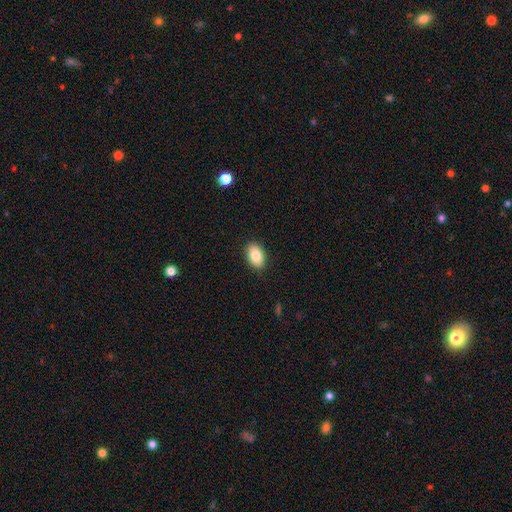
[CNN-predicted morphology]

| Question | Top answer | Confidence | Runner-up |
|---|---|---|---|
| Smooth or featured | smooth | 83% | featured or disk (9%) |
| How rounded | in between | 90% | round (9%) |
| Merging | none | 89% | minor disturbance (8%) |